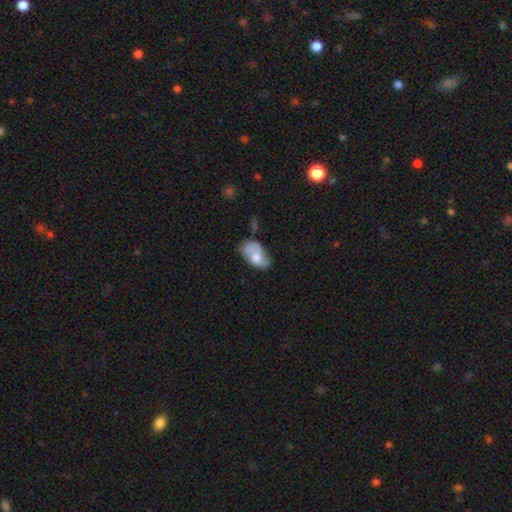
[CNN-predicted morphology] smooth-or-featured: smooth: 59% | featured or disk: 34% | star or artifact: 7%
  how-rounded: in between: 91% | round: 7% | cigar-shaped: 2%
  merging: none: 41% | minor disturbance: 35% | major disturbance: 17% | merger: 8%